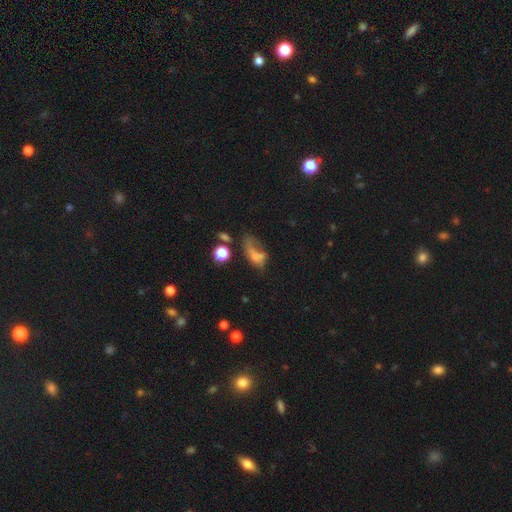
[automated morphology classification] smooth-or-featured: smooth: 55% | featured or disk: 28% | star or artifact: 17%
  how-rounded: in between: 78% | round: 13% | cigar-shaped: 8%
  merging: major disturbance: 41% | none: 21% | merger: 19% | minor disturbance: 19%